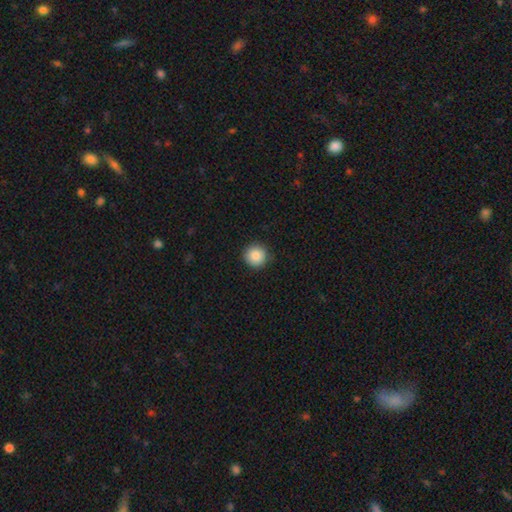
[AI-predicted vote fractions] This is clearly a smooth galaxy (88%). How rounded: clearly round (96%). Merging: clearly none (91%).